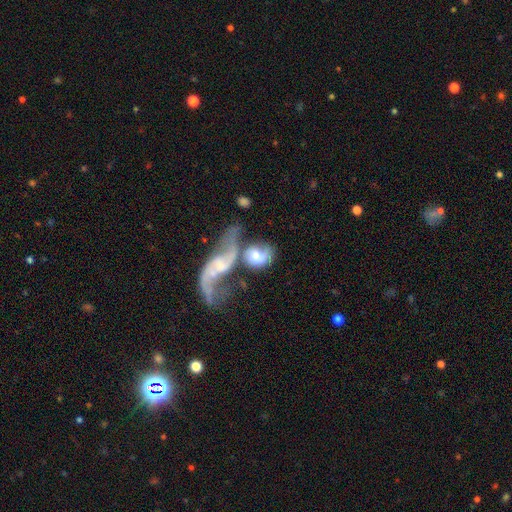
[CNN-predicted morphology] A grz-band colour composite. It shows a featured or disk galaxy (53%). Merging: merger (56%).